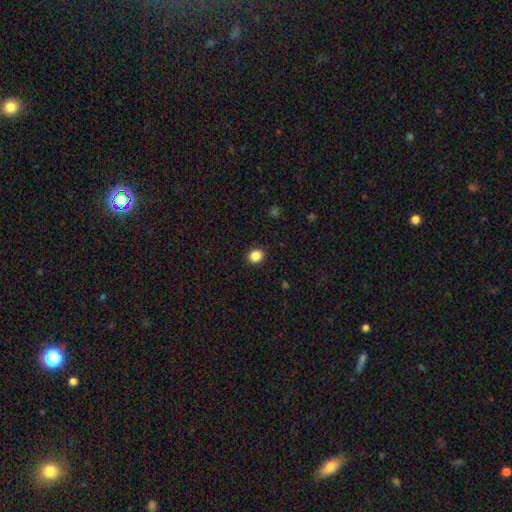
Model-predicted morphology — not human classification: A smooth galaxy with no disk features (87%) that is round (76%). Merging: none (91%).